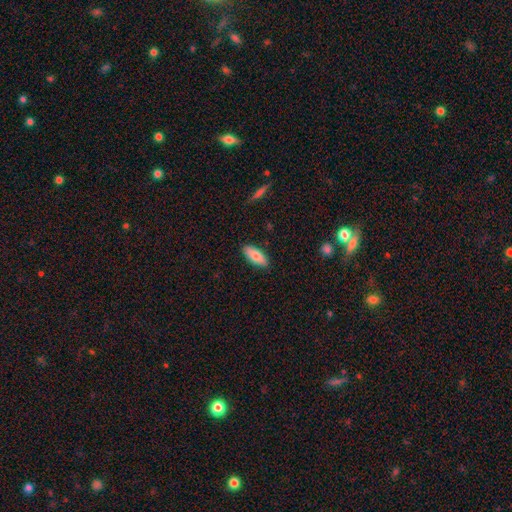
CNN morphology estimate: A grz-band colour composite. It shows a smooth galaxy with no disk features (78%) that is in between round and cigar-shaped (79%). Merging: none (87%).